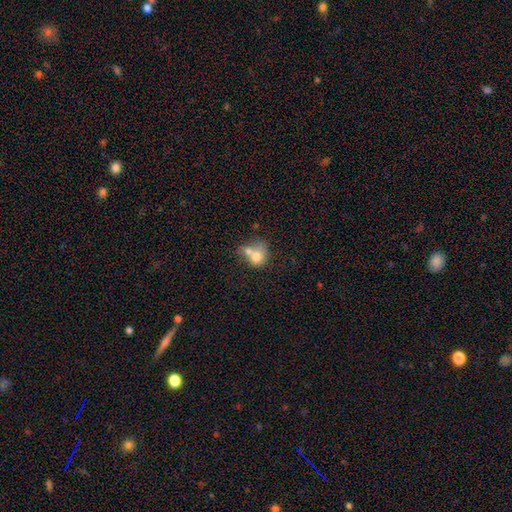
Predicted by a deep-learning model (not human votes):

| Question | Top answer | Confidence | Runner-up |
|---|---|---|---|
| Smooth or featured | smooth | 70% | featured or disk (21%) |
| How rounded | round | 59% | in between (40%) |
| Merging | merger | 64% | none (20%) |